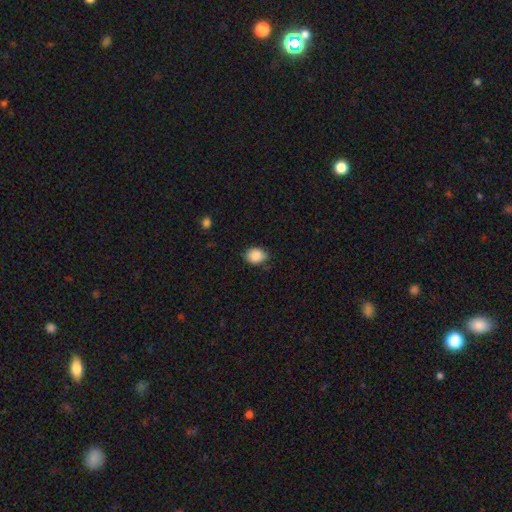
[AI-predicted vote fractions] A smooth galaxy with no disk features (87%) that is in between round and cigar-shaped (51%). Merging: none (76%).